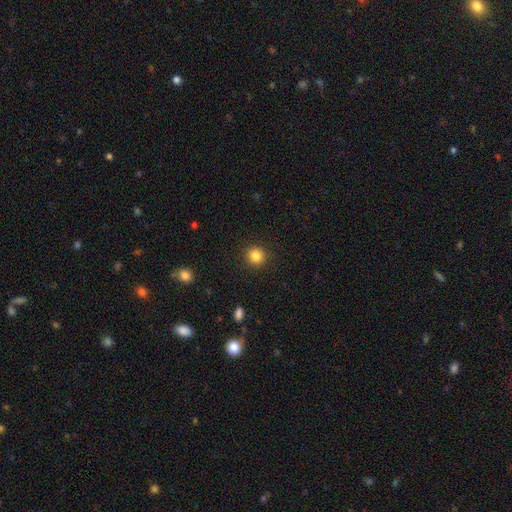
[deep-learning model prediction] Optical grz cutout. It shows a smooth galaxy with no disk features (84%) that is round (93%). Merging: none (92%).